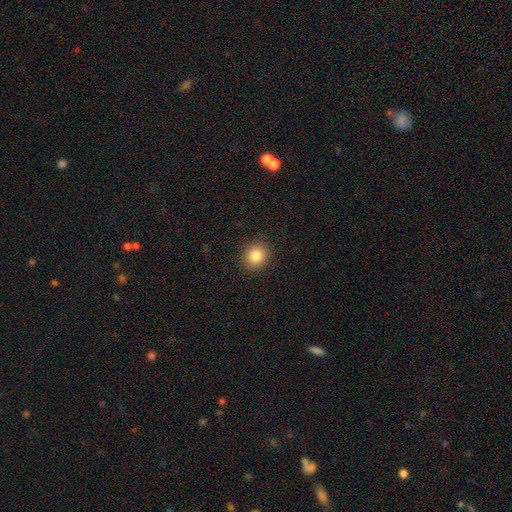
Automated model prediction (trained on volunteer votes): The model was most divided on "how rounded": round: 83%, in between: 16%, cigar-shaped: 1%. More confident: merging — none (91%); smooth or featured — smooth (85%).